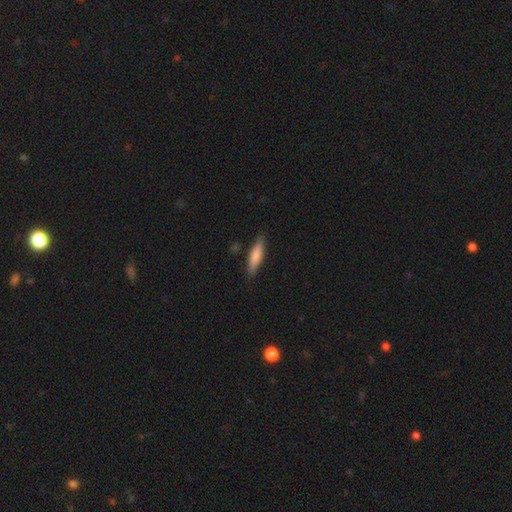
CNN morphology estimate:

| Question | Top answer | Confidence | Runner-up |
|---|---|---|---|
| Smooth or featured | smooth | 74% | featured or disk (21%) |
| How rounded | cigar-shaped | 80% | in between (18%) |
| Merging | none | 86% | minor disturbance (10%) |